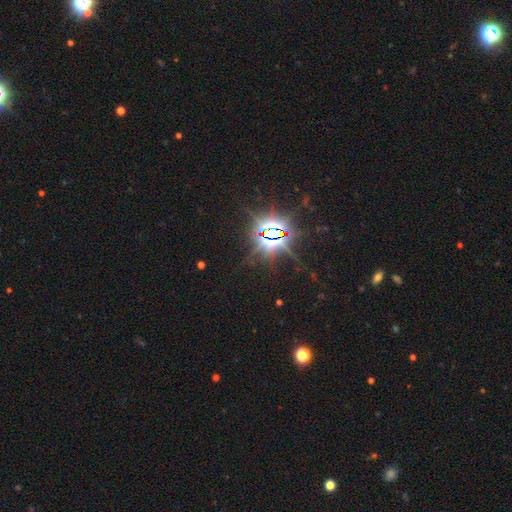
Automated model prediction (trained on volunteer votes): smooth-or-featured: star or artifact: 86% | smooth: 7% | featured or disk: 6%